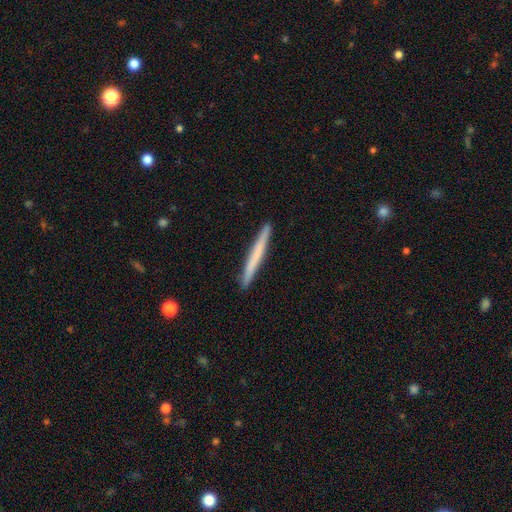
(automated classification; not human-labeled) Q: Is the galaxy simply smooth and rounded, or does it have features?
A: smooth — 60%.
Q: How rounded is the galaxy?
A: cigar-shaped — 97%.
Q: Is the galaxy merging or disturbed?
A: none — 93%.